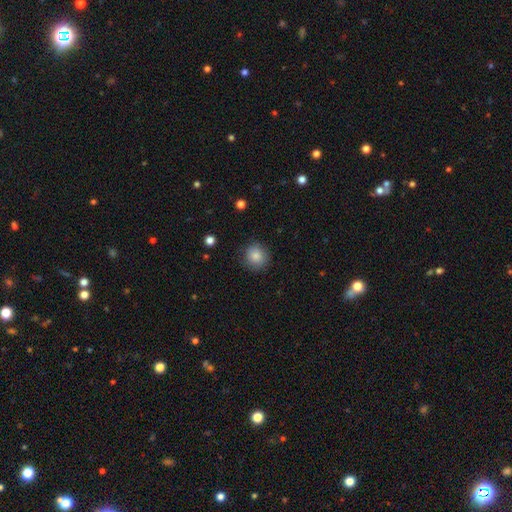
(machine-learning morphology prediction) Q: Smooth or featured?
A: smooth (84%); runner-up: star or artifact (9%)
Q: How rounded?
A: round (91%); runner-up: in between (8%)
Q: Merging?
A: none (85%); runner-up: minor disturbance (11%)